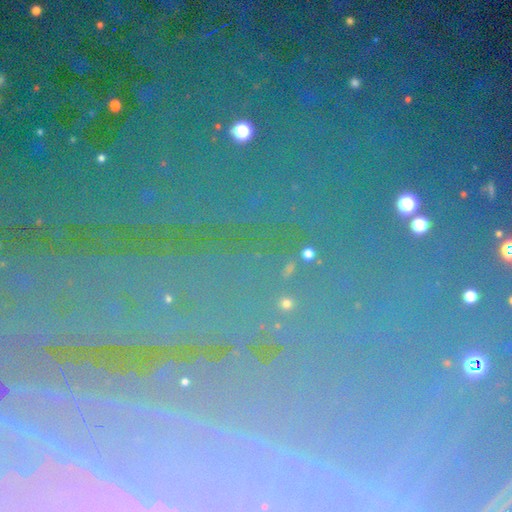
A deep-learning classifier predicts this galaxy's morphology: The model was most divided on "smooth or featured": star or artifact: 75%, smooth: 13%, featured or disk: 12%.